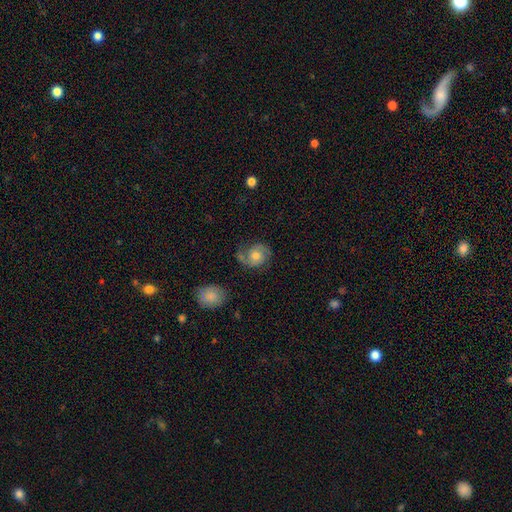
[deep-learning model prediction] smooth_or_featured: featured or disk (p=0.67) [alt: smooth p=0.25]
disk_edge_on: no (p=0.98) [alt: yes p=0.02]
bar: no (p=0.73) [alt: weak p=0.23]
has_spiral_arms: yes (p=0.93) [alt: no p=0.07]
spiral_winding: medium (p=0.47) [alt: tight p=0.32]
spiral_arm_count: 2 (p=0.82) [alt: 1 p=0.09]
bulge_size: moderate (p=0.63) [alt: small p=0.20]
merging: none (p=0.61) [alt: minor disturbance p=0.21]